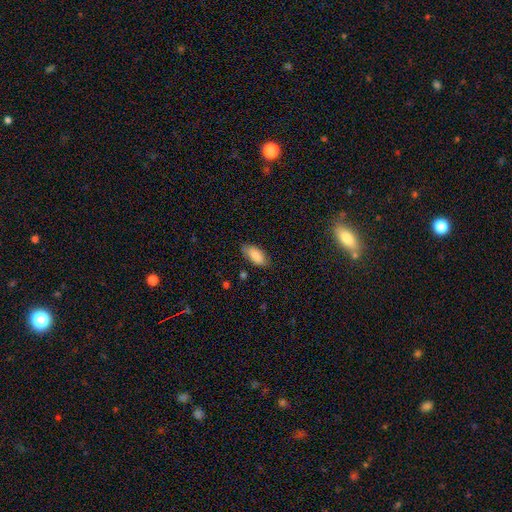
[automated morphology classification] Smooth or featured: smooth — 87% (star or artifact — 7%)
How rounded: in between — 88% (cigar-shaped — 10%)
Merging: none — 76% (minor disturbance — 19%)